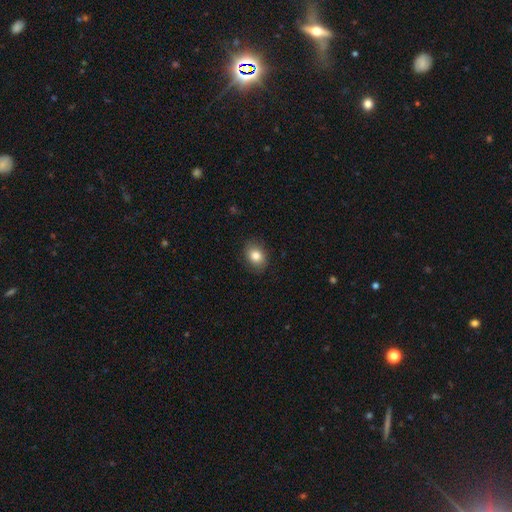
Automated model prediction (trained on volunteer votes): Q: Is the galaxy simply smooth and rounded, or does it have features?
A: smooth — 83%.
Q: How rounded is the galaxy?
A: in between — 62%.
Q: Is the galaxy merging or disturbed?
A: none — 84%.